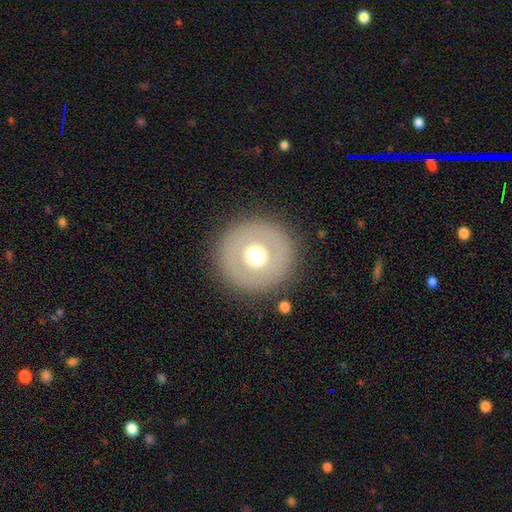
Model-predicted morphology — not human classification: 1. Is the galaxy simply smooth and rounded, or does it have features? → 54% smooth, 37% featured or disk, 9% star or artifact.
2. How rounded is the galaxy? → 96% round, 3% in between, 1% cigar-shaped.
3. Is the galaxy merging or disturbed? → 89% none, 6% minor disturbance, 3% major disturbance, 1% merger.